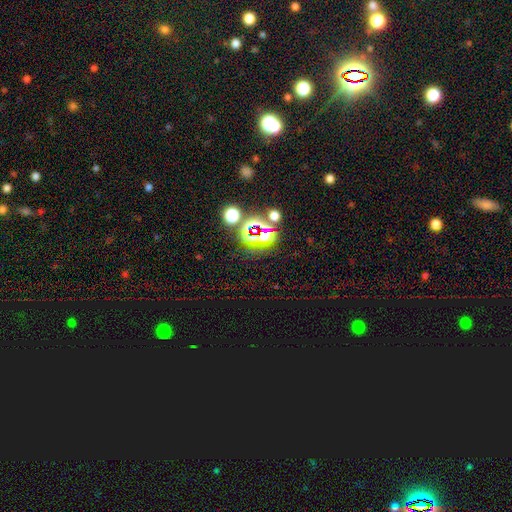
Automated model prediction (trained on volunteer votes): Overall: star or artifact (82%).